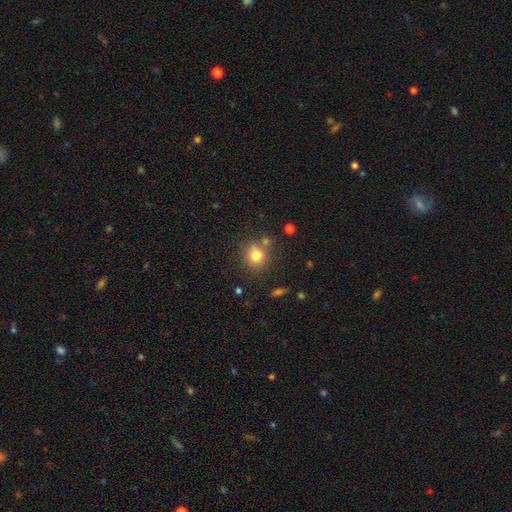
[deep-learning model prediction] A smooth galaxy with no disk features (78%) that is round (81%). Merging: none (66%).